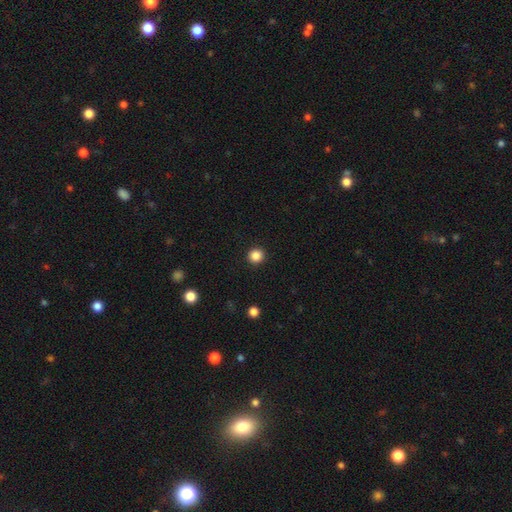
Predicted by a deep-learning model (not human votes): A smooth galaxy with no disk features (86%) that is round (93%). Merging: none (93%).